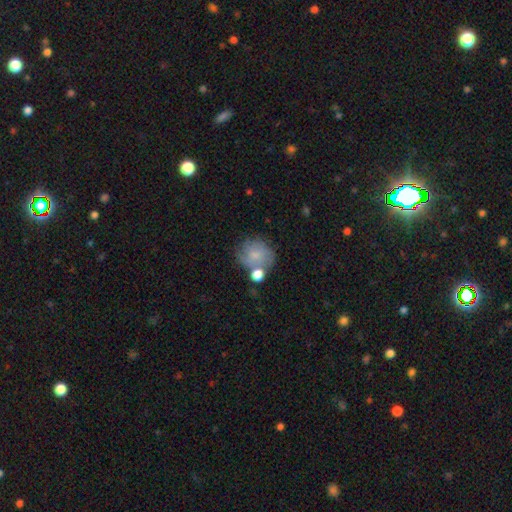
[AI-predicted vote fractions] This appears to be a smooth galaxy with no disk features (66%) that is round (73%). Merging: none (47%).